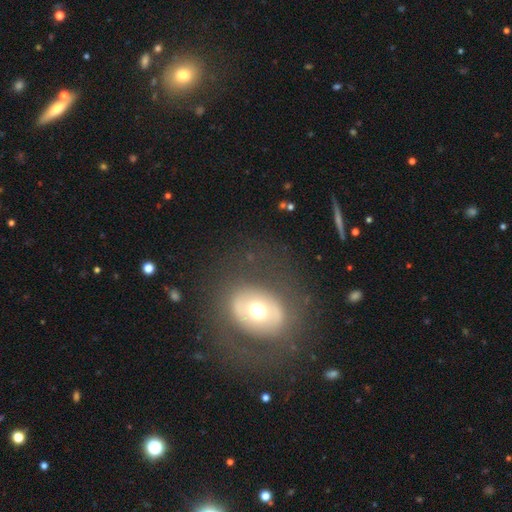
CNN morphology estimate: smooth_or_featured: featured or disk (p=0.51) [alt: smooth p=0.37]
disk_edge_on: no (p=0.92) [alt: yes p=0.08]
merging: none (p=0.79) [alt: major disturbance p=0.10]